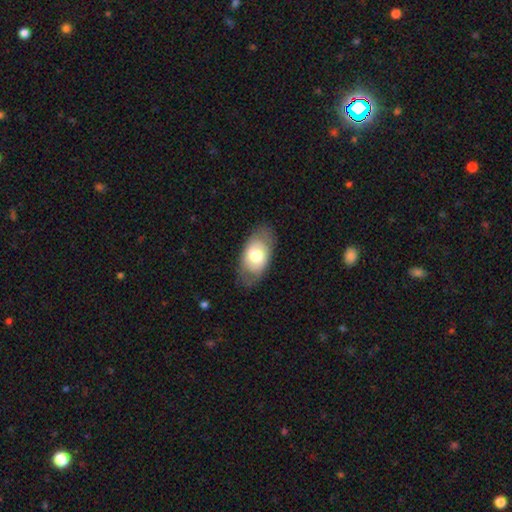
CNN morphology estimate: type=smooth (61%); roundness=in between (91%); merging=none (76%).